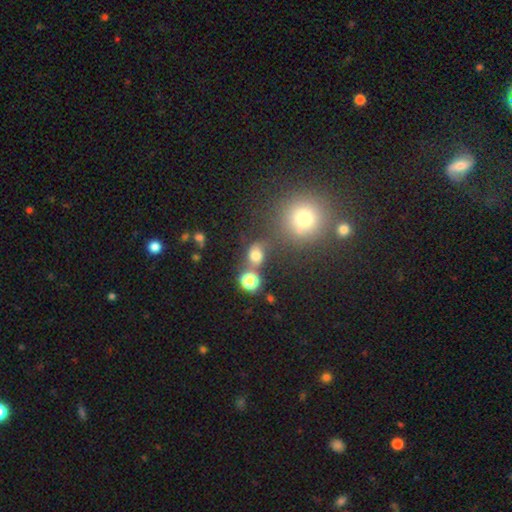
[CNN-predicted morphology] Smooth or featured: smooth — 65% (star or artifact — 22%)
How rounded: round — 63% (in between — 36%)
Merging: none — 48% (merger — 28%)